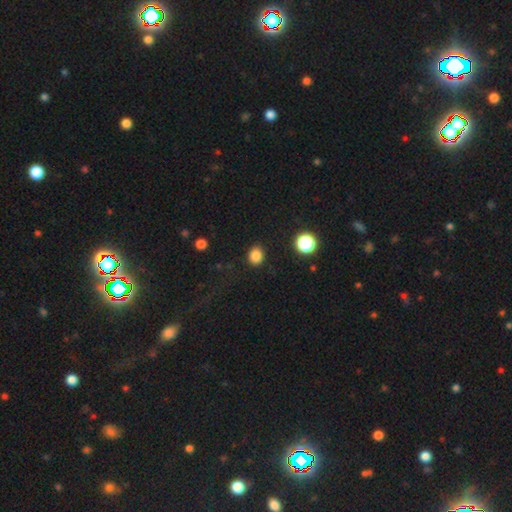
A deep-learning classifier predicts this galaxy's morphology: smooth-or-featured: smooth: 85% | star or artifact: 12% | featured or disk: 3%
  how-rounded: round: 69% | in between: 30% | cigar-shaped: 1%
  merging: none: 88% | minor disturbance: 8% | major disturbance: 2% | merger: 1%